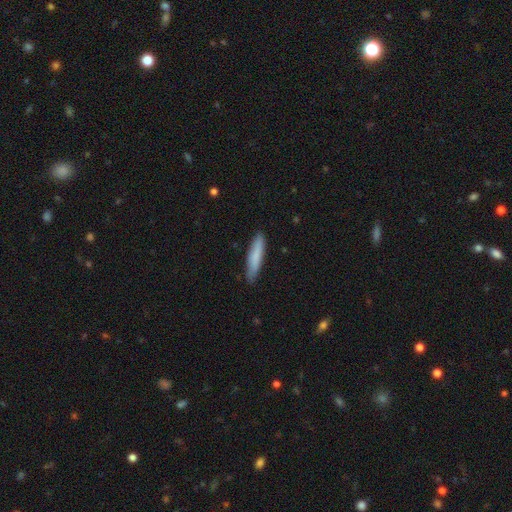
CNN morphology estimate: Smooth or featured? Predicted: smooth (p=0.79). How rounded? Predicted: cigar-shaped (p=0.88). Merging? Predicted: none (p=0.84).